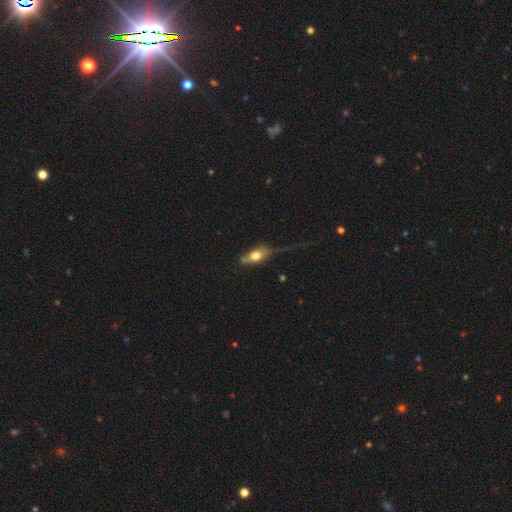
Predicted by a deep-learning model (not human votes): Smooth or featured? smooth (56%)
How rounded? in between (72%)
Merging? major disturbance (34%)